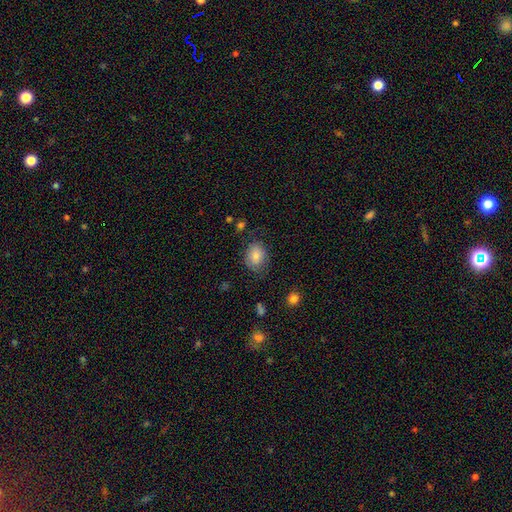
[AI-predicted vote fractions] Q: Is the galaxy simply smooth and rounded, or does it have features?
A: smooth — 80%.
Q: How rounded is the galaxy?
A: in between — 59%.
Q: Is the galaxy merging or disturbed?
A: none — 69%.